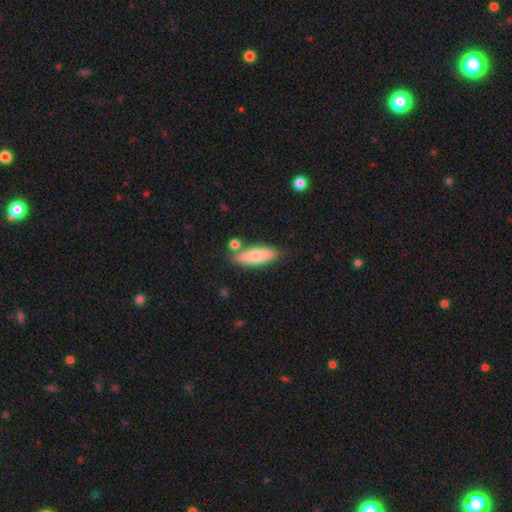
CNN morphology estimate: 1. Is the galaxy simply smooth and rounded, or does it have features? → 76% smooth, 18% featured or disk, 6% star or artifact.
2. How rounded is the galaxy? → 53% in between, 44% cigar-shaped, 2% round.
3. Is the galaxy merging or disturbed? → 73% none, 14% minor disturbance, 10% merger, 3% major disturbance.